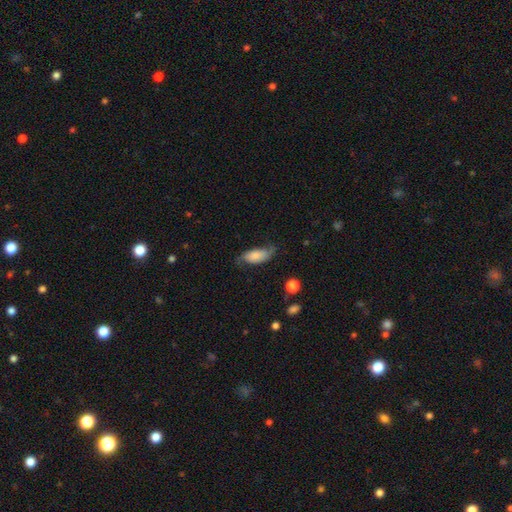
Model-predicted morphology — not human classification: type=smooth (61%); roundness=in between (85%); merging=none (57%).